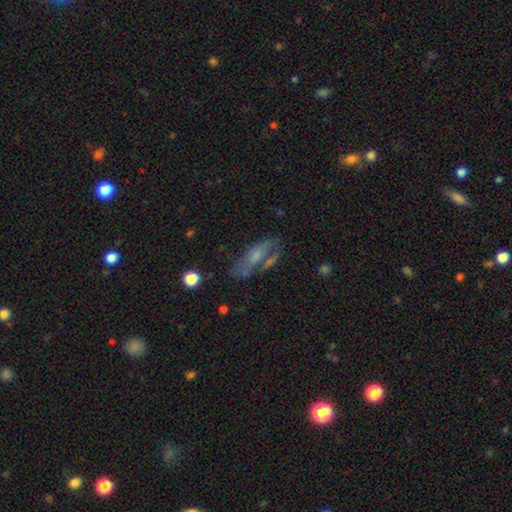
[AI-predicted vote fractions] featured or disk 51%, smooth 34%, star or artifact 15%. Down the decision tree: edge-on disk — no (75%); merging — none (56%).